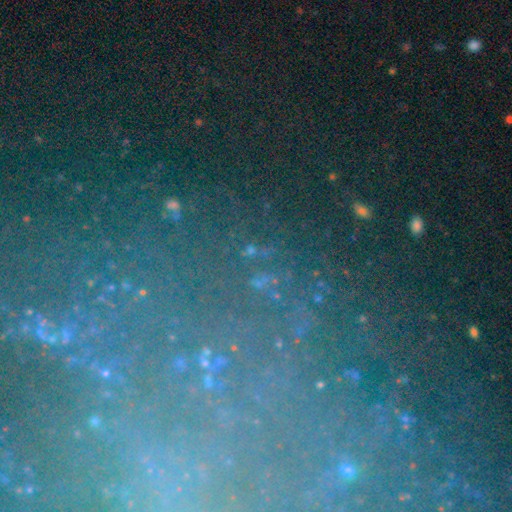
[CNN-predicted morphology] Smooth or featured? star or artifact (67%)